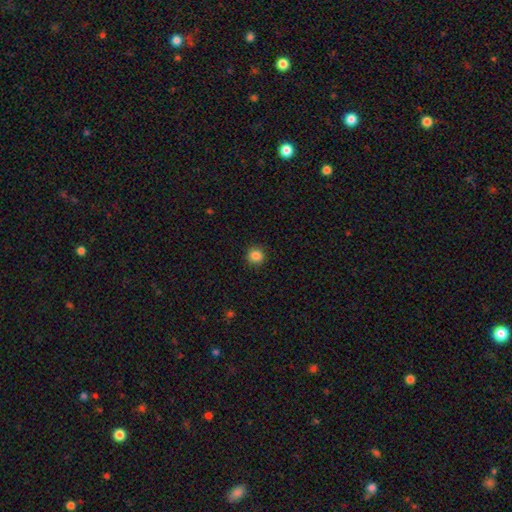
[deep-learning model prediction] The model was most divided on "smooth or featured": smooth: 86%, star or artifact: 11%, featured or disk: 3%. More confident: how rounded — round (93%); merging — none (92%).